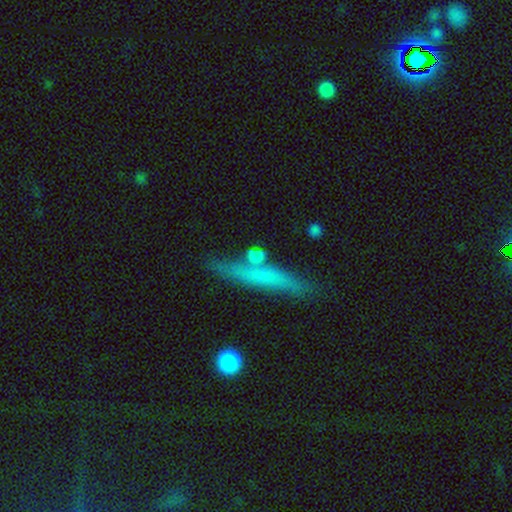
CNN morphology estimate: Smooth or featured?
  - smooth: 58% *
  - featured or disk: 25%
  - star or artifact: 17%
How rounded?
  - cigar-shaped: 48% *
  - in between: 28%
  - round: 24%
Merging?
  - none: 66% *
  - merger: 15%
  - minor disturbance: 12%
  - major disturbance: 7%